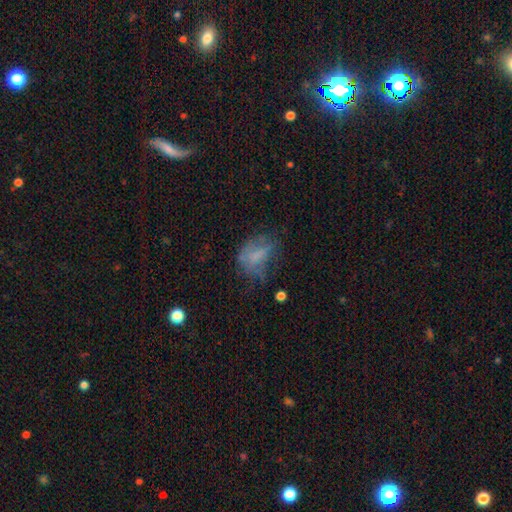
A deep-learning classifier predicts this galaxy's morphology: Smooth or featured: smooth — 55% (featured or disk — 29%)
How rounded: in between — 73% (round — 24%)
Merging: none — 39% (major disturbance — 31%)